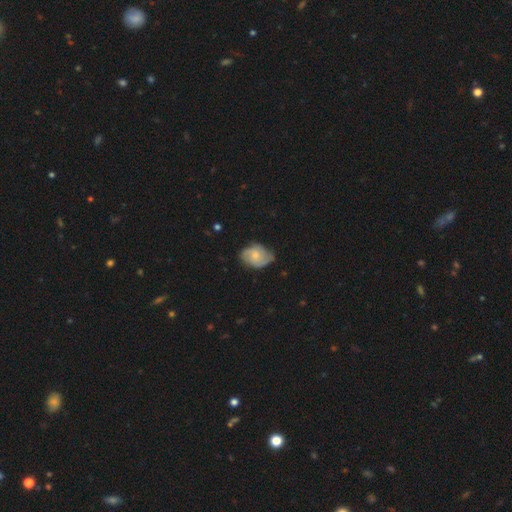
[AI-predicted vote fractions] The model was most divided on "bulge size": small: 43%, moderate: 38%, none: 13%, large: 5%, dominant: 1%. More confident: edge-on disk — no (97%); spiral arms — yes (89%); bar — no (68%); merging — none (64%); smooth or featured — featured or disk (56%).